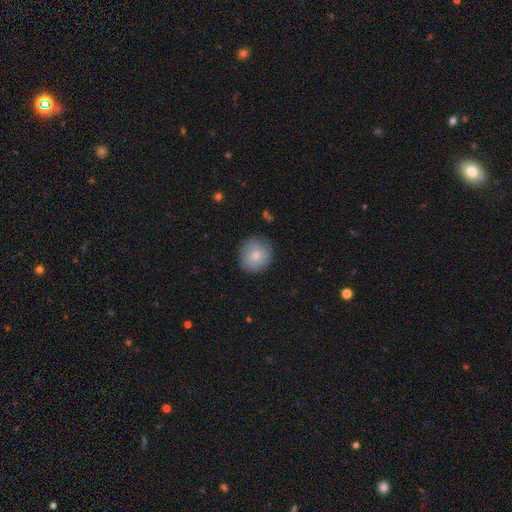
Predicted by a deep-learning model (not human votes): smooth-or-featured: smooth: 76% | featured or disk: 17% | star or artifact: 7%
  how-rounded: round: 89% | in between: 10% | cigar-shaped: 1%
  merging: none: 80% | minor disturbance: 15% | major disturbance: 4% | merger: 1%